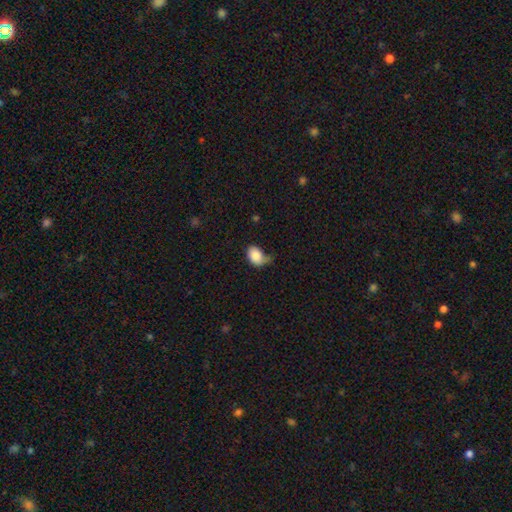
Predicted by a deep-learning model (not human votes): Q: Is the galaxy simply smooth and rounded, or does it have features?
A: smooth — 83%.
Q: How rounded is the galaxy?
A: in between — 78%.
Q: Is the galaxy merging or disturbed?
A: none — 41%.